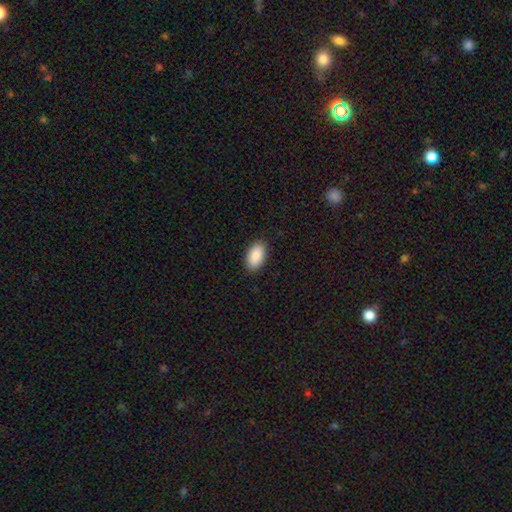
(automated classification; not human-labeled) Morphology: type=smooth (90%); roundness=in between (95%); merging=none (88%).